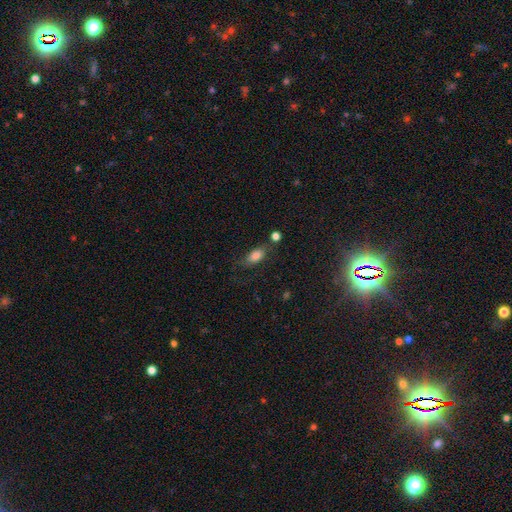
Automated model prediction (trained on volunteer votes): This is likely a smooth galaxy (79%). How rounded: clearly in between (85%). Merging: possibly none (57%).